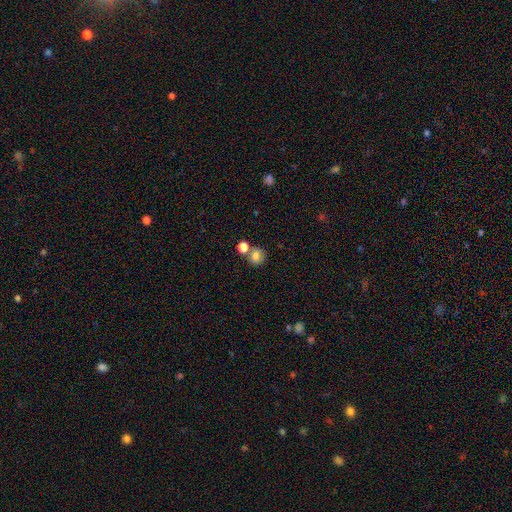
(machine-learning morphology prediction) smooth-or-featured: smooth: 78% | star or artifact: 12% | featured or disk: 10%
  how-rounded: round: 80% | in between: 19% | cigar-shaped: 1%
  merging: none: 60% | merger: 26% | minor disturbance: 10% | major disturbance: 3%